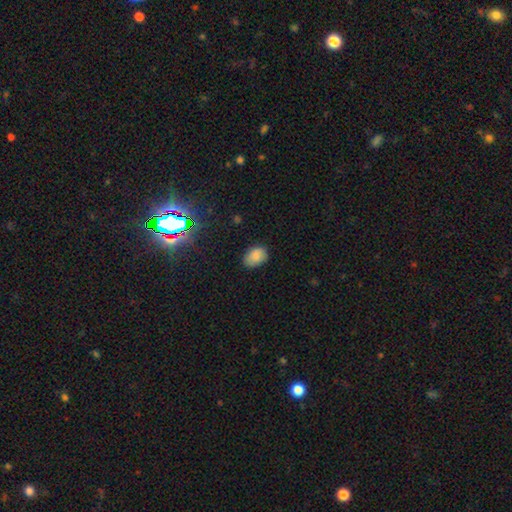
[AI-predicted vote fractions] Smooth or featured? smooth (81%)
How rounded? in between (82%)
Merging? none (80%)